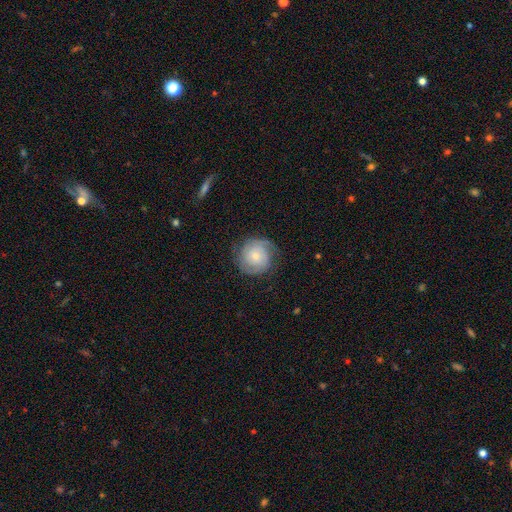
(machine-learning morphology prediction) Overall: featured or disk (65%; smooth 28%). Edge-on disk: no (98%). Bar: no (77%). Spiral arms: yes (92%). Spiral arm count: 2 (53%; can't tell 22%). Spiral winding: tight (60%; medium 30%). Bulge size: small (63%; moderate 31%). Merging: none (76%).